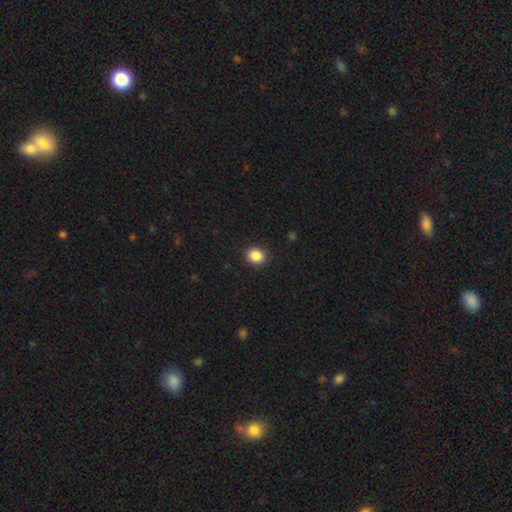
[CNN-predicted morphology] The model was most divided on "how rounded": round: 73%, in between: 26%, cigar-shaped: 1%. More confident: merging — none (91%); smooth or featured — smooth (87%).